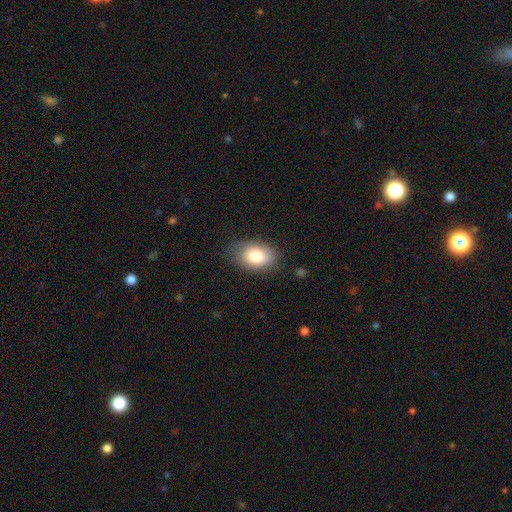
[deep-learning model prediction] smooth 82%, featured or disk 11%, star or artifact 7%. Down the decision tree: how rounded — in between (88%); merging — none (76%).